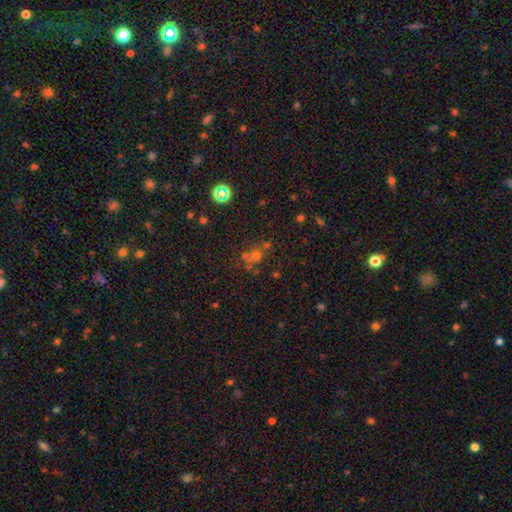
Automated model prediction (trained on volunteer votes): Smooth or featured? smooth (47%)
Merging? none (56%)